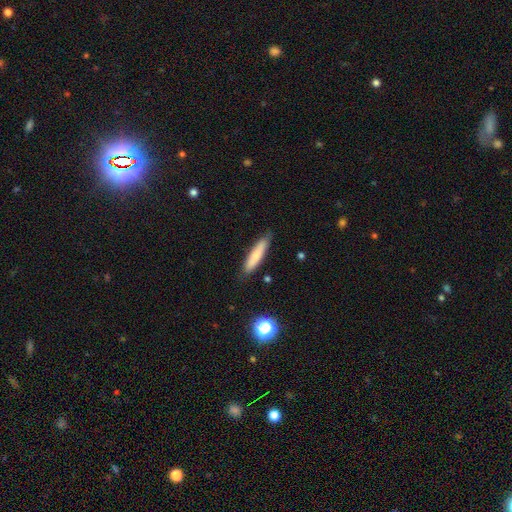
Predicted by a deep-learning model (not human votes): Smooth or featured? Predicted: smooth (p=0.75). How rounded? Predicted: cigar-shaped (p=0.83). Merging? Predicted: none (p=0.84).